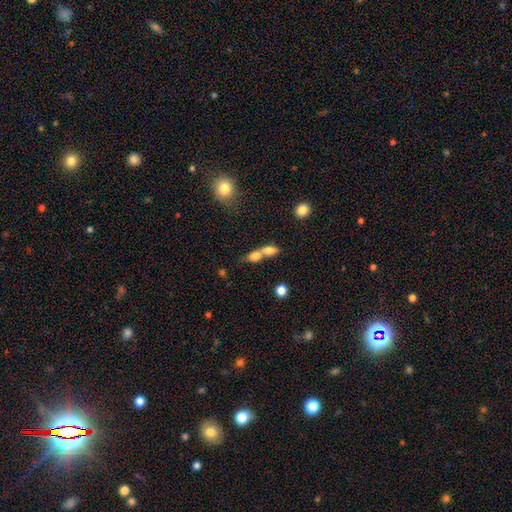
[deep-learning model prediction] A smooth galaxy with no disk features (74%) that is in between round and cigar-shaped (63%). Merging: merger (72%).